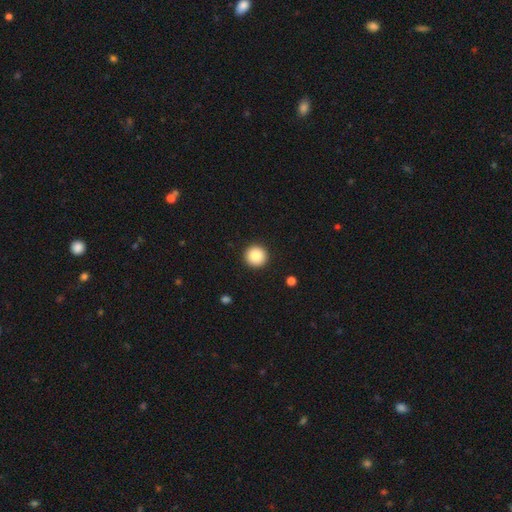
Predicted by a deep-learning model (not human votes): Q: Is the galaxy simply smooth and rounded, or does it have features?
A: smooth — 86%.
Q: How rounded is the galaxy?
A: round — 96%.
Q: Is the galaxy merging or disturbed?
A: none — 93%.